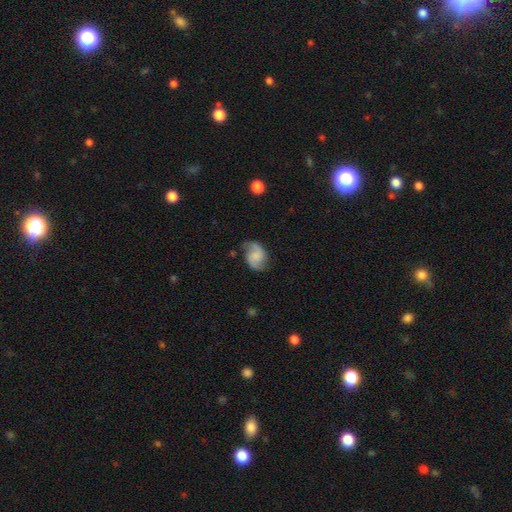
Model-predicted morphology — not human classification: A featured or disk galaxy (64%) with no bar (58%), 2 (88%) loose (45%) spiral arms (94%) and no central bulge (50%). Merging: none (68%).